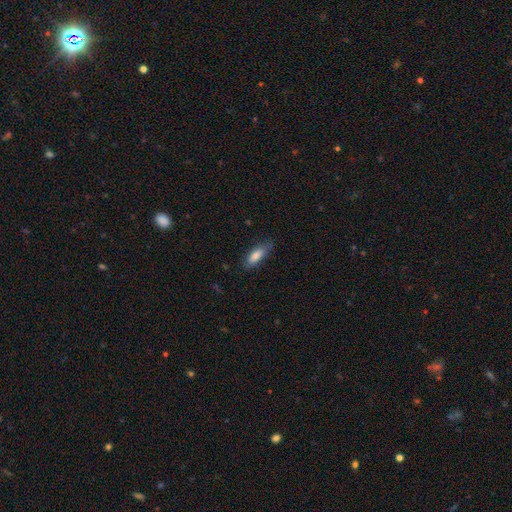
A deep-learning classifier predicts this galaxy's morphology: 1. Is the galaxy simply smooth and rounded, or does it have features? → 83% smooth, 11% featured or disk, 6% star or artifact.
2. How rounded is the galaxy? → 67% in between, 31% cigar-shaped, 2% round.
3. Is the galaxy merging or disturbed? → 71% none, 22% minor disturbance, 5% major disturbance, 1% merger.